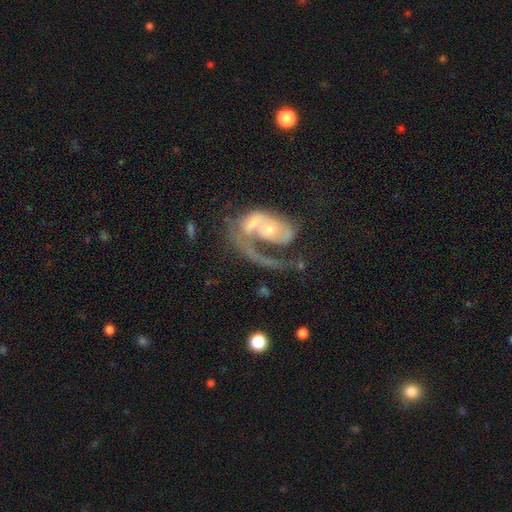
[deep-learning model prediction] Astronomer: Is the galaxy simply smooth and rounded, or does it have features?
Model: featured or disk — 76%.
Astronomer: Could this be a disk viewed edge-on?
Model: no — 96%.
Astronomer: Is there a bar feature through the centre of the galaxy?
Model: no — 69%.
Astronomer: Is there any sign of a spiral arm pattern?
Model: yes — 72%.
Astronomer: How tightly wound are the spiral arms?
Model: loose — 35%, tied with medium at 35%.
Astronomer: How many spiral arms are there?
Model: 1 — 72%.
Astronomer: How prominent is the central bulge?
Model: small — 46% (runner-up: moderate, 40%).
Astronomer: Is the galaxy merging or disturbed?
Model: merger — 45% (runner-up: major disturbance, 26%).